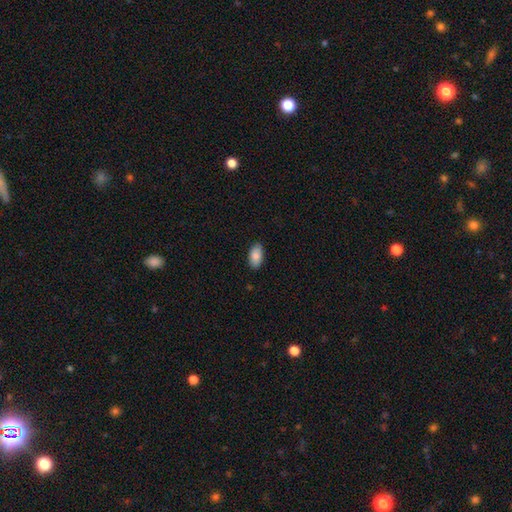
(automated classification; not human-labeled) smooth_or_featured: smooth (p=0.87) [alt: star or artifact p=0.06]
how_rounded: in between (p=0.94) [alt: round p=0.03]
merging: none (p=0.88) [alt: minor disturbance p=0.09]